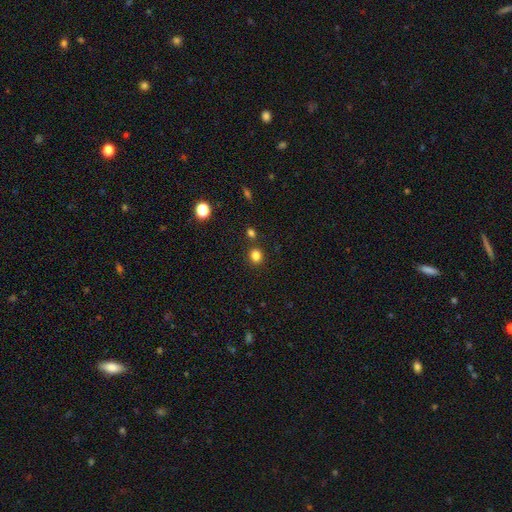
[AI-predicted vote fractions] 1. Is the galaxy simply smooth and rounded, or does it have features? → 82% smooth, 13% star or artifact, 4% featured or disk.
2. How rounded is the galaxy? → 76% round, 23% in between, 1% cigar-shaped.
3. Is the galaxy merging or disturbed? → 83% none, 8% minor disturbance, 7% merger, 3% major disturbance.